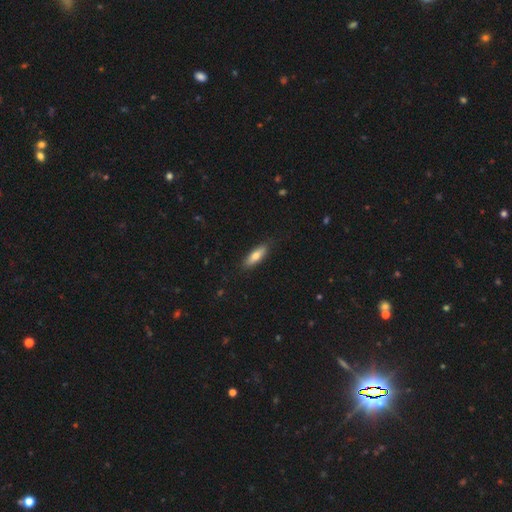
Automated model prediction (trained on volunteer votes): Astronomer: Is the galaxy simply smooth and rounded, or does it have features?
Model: smooth — 71%.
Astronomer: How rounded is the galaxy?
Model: in between — 53% (runner-up: cigar-shaped, 44%).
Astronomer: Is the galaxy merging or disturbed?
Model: none — 86%.